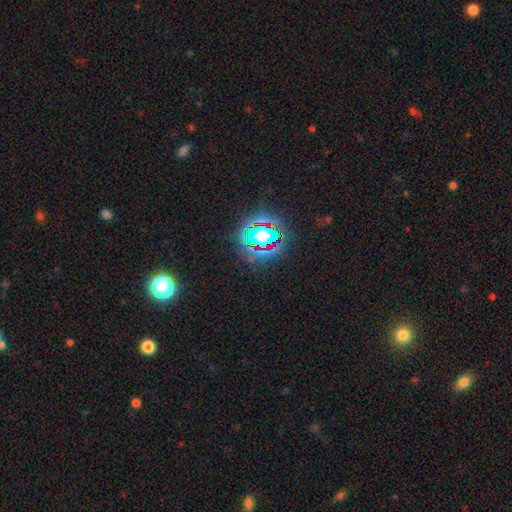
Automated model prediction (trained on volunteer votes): star or artifact 81%, smooth 12%, featured or disk 7%.